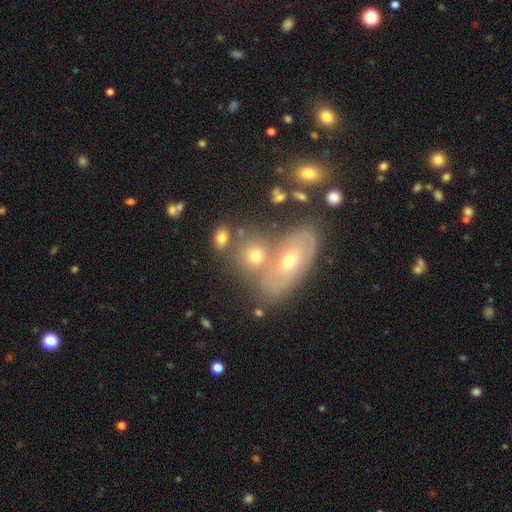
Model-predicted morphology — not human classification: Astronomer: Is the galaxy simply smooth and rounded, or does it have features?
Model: smooth — 62%.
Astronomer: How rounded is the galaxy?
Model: in between — 53% (runner-up: round, 44%).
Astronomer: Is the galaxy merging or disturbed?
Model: none — 42% (runner-up: merger, 41%).